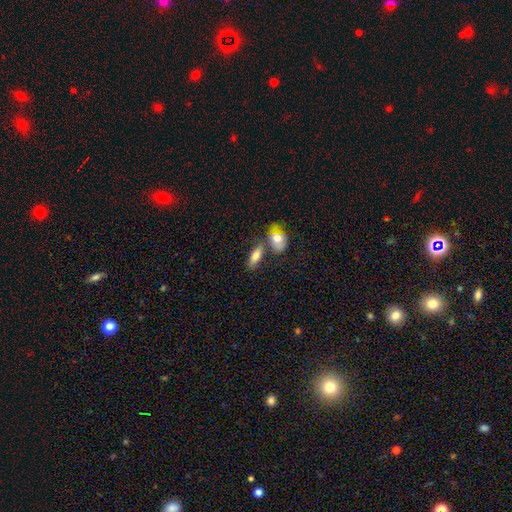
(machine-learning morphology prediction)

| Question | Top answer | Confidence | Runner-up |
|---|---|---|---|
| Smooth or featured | smooth | 75% | featured or disk (19%) |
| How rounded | in between | 75% | cigar-shaped (21%) |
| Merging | none | 56% | merger (27%) |